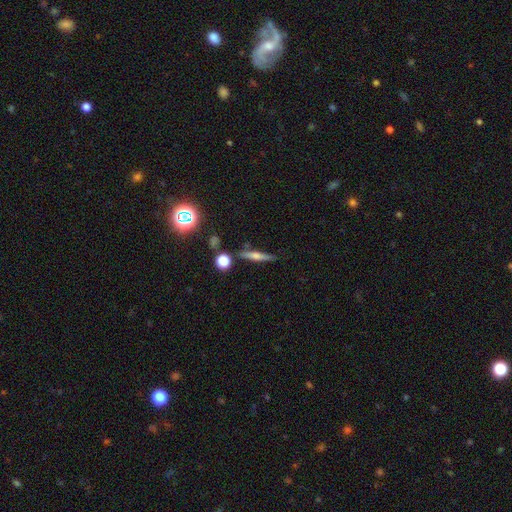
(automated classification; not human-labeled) Smooth or featured? Predicted: featured or disk (p=0.52). Edge-on disk? Predicted: yes (p=0.95). Merging? Predicted: none (p=0.83).